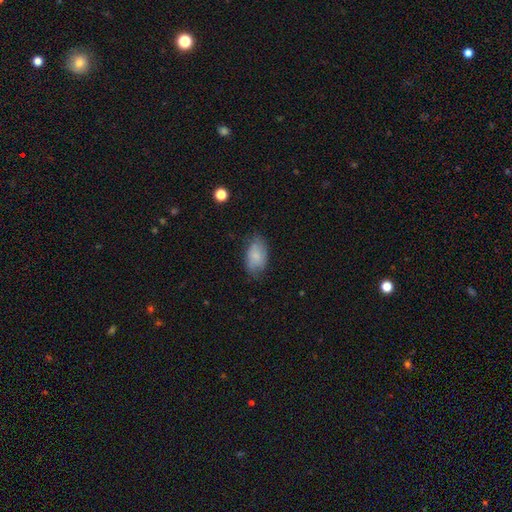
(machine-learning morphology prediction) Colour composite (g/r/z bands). It shows a smooth galaxy with no disk features (78%) that is in between round and cigar-shaped (93%). Merging: none (71%).